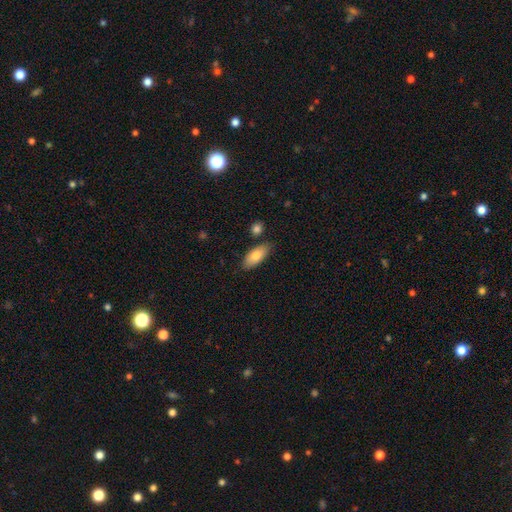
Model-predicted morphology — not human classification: smooth-or-featured: smooth: 80% | featured or disk: 14% | star or artifact: 6%
  how-rounded: in between: 84% | cigar-shaped: 13% | round: 2%
  merging: none: 79% | minor disturbance: 14% | merger: 5% | major disturbance: 3%